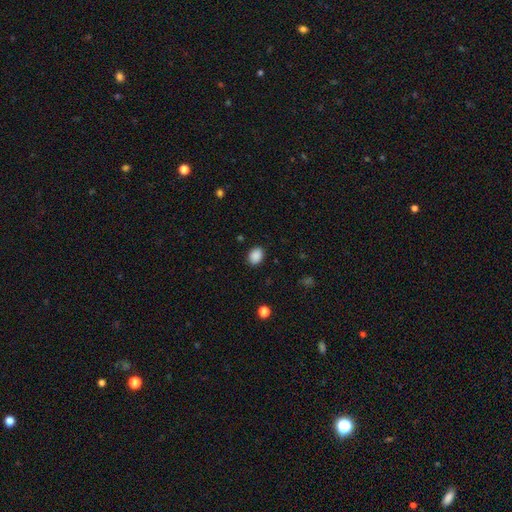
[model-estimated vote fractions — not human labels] Q: Smooth or featured?
A: smooth (88%); runner-up: star or artifact (9%)
Q: How rounded?
A: in between (57%); runner-up: round (42%)
Q: Merging?
A: none (87%); runner-up: minor disturbance (9%)